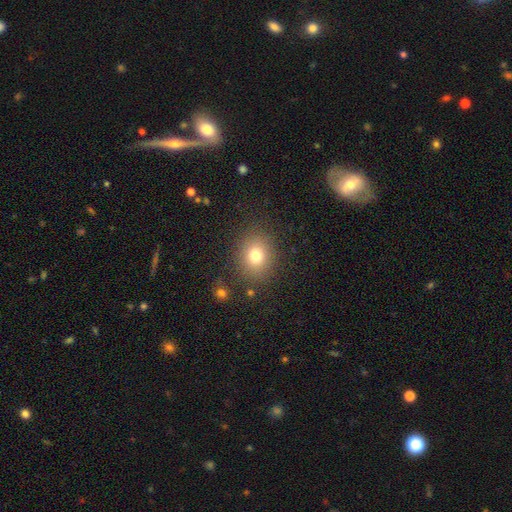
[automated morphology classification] This appears to be a smooth galaxy with no disk features (76%) that is round (62%). Merging: none (84%).